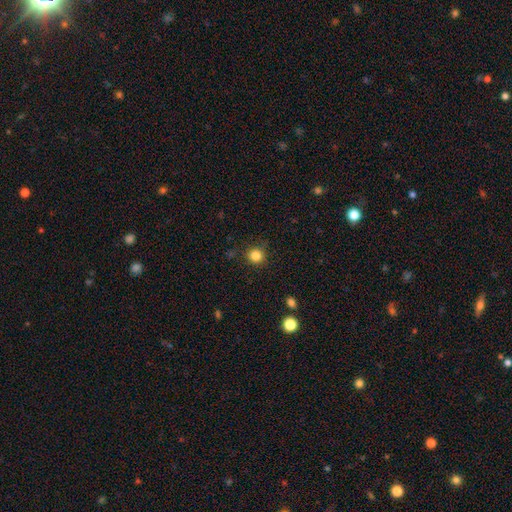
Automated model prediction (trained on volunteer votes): This appears to be a smooth galaxy with no disk features (84%) that is round (92%). Merging: none (86%).